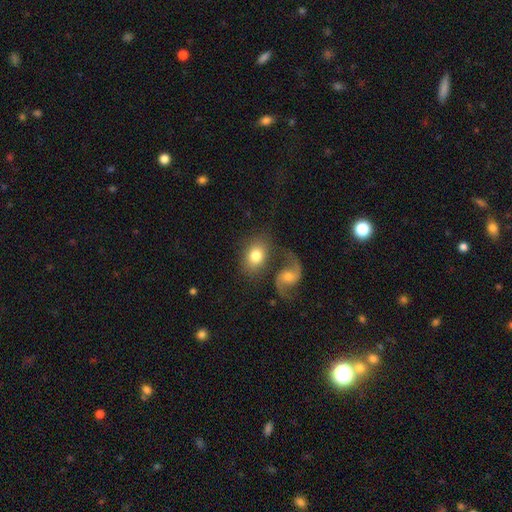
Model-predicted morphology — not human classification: A smooth galaxy with no disk features (68%) that is in between round and cigar-shaped (68%).

Vote fractions:
- Smooth or featured? smooth: 68% / featured or disk: 25% / star or artifact: 7%
- How rounded? in between: 68% / round: 31% / cigar-shaped: 1%
- Merging? none: 57% / merger: 24% / minor disturbance: 13% / major disturbance: 7%